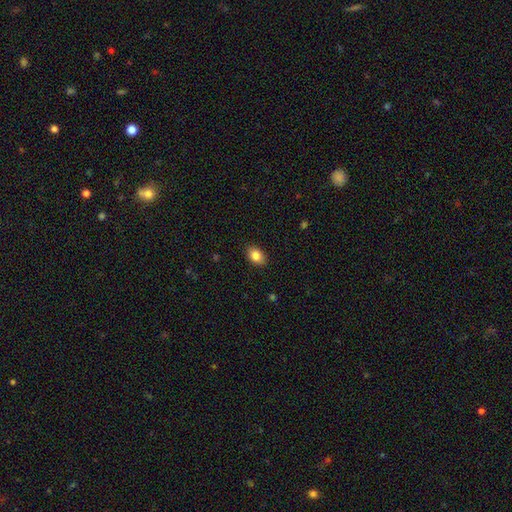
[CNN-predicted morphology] smooth_or_featured: smooth (p=0.85) [alt: star or artifact p=0.08]
how_rounded: in between (p=0.82) [alt: round p=0.16]
merging: none (p=0.88) [alt: minor disturbance p=0.09]